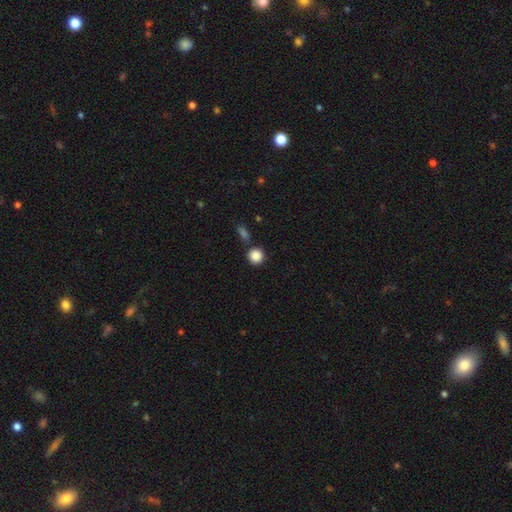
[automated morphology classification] Smooth or featured?
  - smooth: 87% *
  - star or artifact: 9%
  - featured or disk: 4%
How rounded?
  - round: 93% *
  - in between: 6%
  - cigar-shaped: 1%
Merging?
  - none: 82% *
  - merger: 8%
  - minor disturbance: 8%
  - major disturbance: 3%